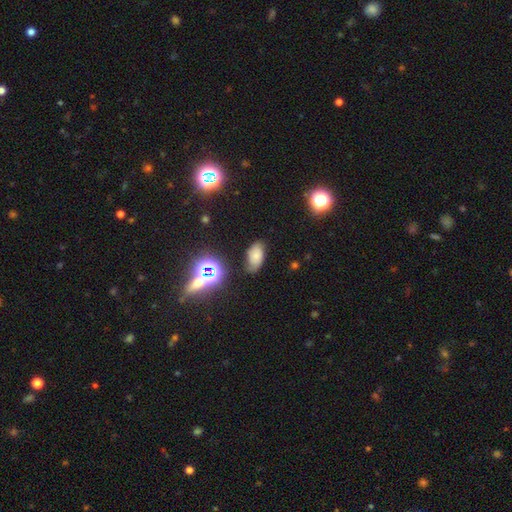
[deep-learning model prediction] Smooth or featured? Predicted: smooth (p=0.55). How rounded? Predicted: in between (p=0.92). Merging? Predicted: none (p=0.67).